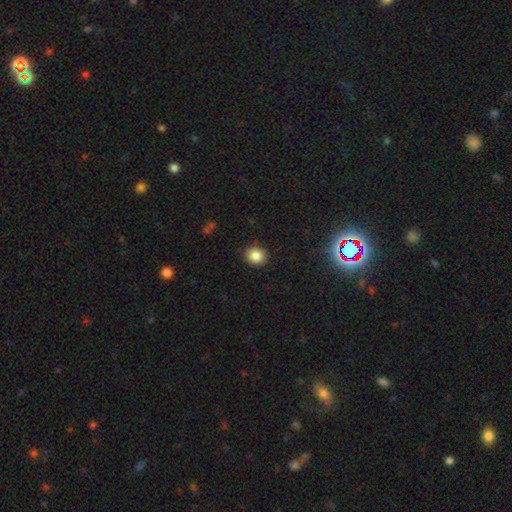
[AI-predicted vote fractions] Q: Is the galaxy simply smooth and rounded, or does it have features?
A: smooth — 85%.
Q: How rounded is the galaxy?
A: round — 72%.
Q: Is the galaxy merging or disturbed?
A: none — 87%.